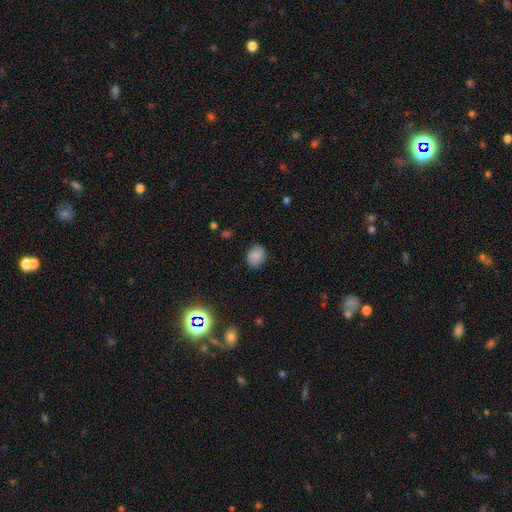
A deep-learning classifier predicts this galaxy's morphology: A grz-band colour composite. It shows a smooth galaxy with no disk features (79%) that is round (51%). Merging: none (80%).